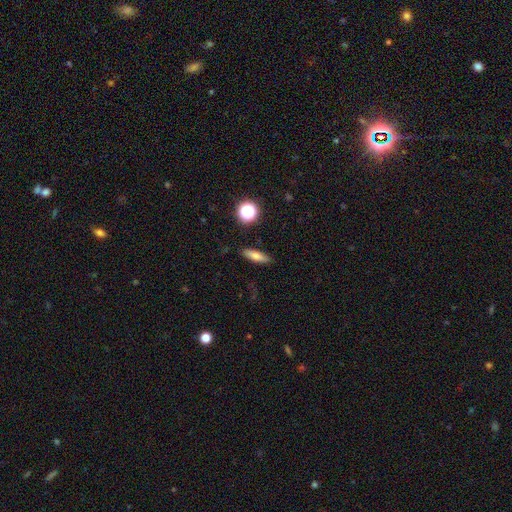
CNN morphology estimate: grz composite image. It shows a smooth galaxy with no disk features (70%) that is cigar-shaped (59%). Merging: none (87%).